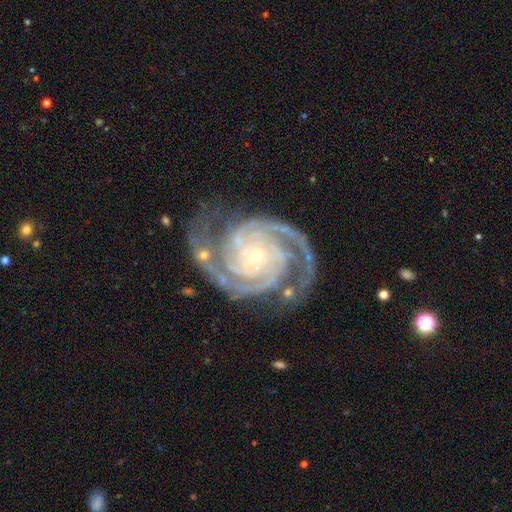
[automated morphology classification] Smooth or featured? featured or disk (93%)
Edge-on disk? no (98%)
Bar? no (67%)
Spiral arms? yes (99%)
Spiral winding? tight (68%)
Spiral arm count? 2 (55%)
Bulge size? small (85%)
Merging? none (71%)